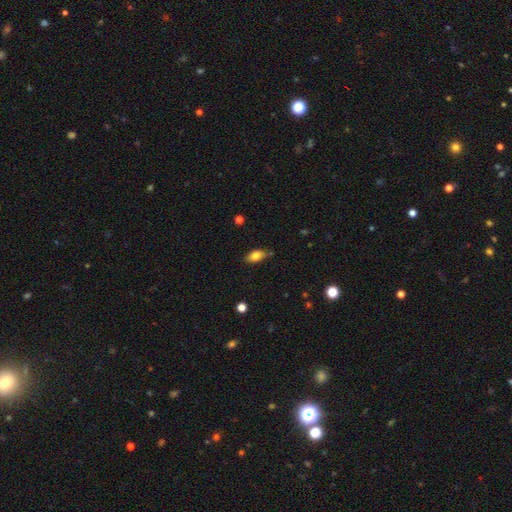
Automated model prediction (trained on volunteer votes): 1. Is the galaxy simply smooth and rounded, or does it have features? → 78% smooth, 14% featured or disk, 8% star or artifact.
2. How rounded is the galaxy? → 86% in between, 9% cigar-shaped, 5% round.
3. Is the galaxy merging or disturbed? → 74% none, 19% minor disturbance, 4% major disturbance, 3% merger.